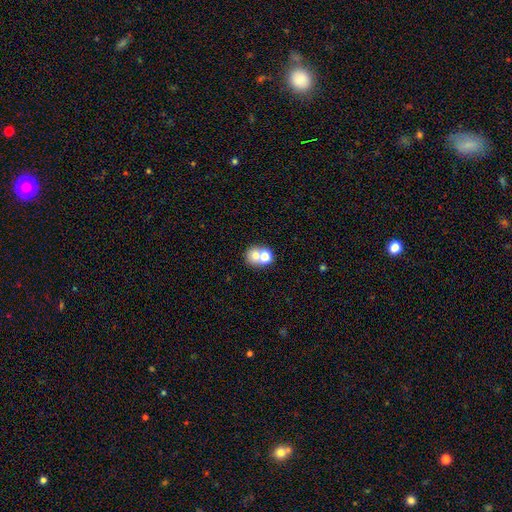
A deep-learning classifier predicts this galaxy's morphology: smooth_or_featured: smooth (p=0.69) [alt: featured or disk p=0.18]
how_rounded: round (p=0.72) [alt: in between p=0.27]
merging: merger (p=0.55) [alt: none p=0.36]